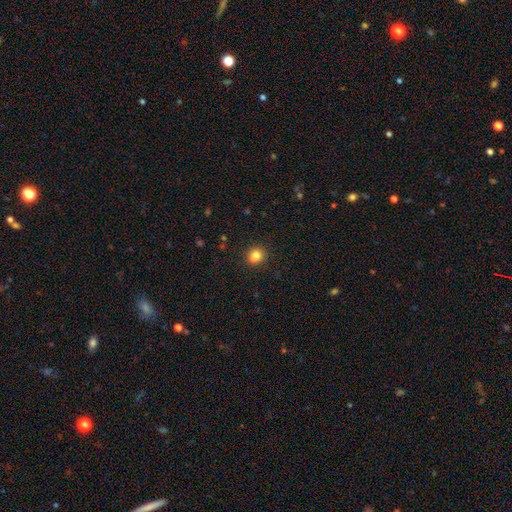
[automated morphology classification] Smooth or featured: smooth — 81% (star or artifact — 13%)
How rounded: round — 82% (in between — 18%)
Merging: none — 80% (minor disturbance — 10%)